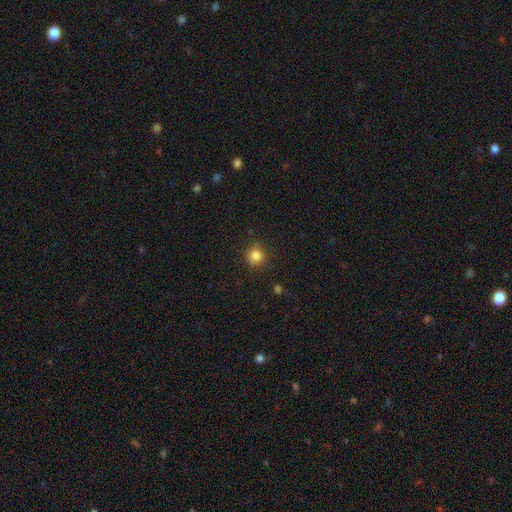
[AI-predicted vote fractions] smooth-or-featured: smooth: 83% | star or artifact: 12% | featured or disk: 5%
  how-rounded: round: 88% | in between: 11% | cigar-shaped: 1%
  merging: none: 84% | minor disturbance: 12% | major disturbance: 3% | merger: 2%